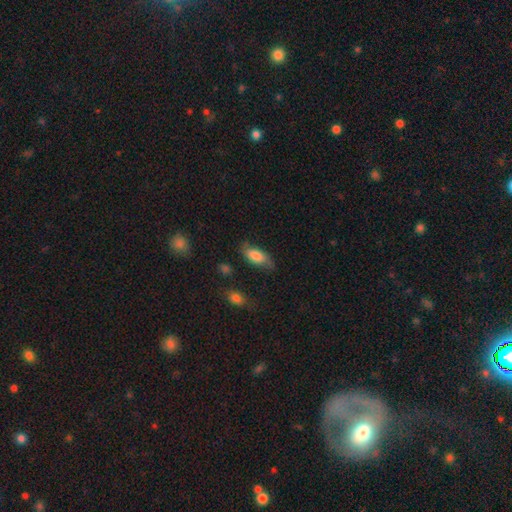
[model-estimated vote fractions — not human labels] smooth_or_featured: smooth (p=0.75) [alt: featured or disk p=0.18]
how_rounded: in between (p=0.86) [alt: cigar-shaped p=0.11]
merging: none (p=0.66) [alt: minor disturbance p=0.25]